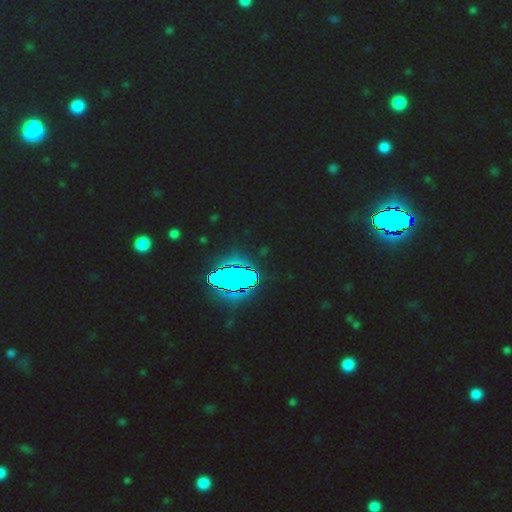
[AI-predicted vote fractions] Q: Smooth or featured?
A: star or artifact (81%); runner-up: smooth (10%)